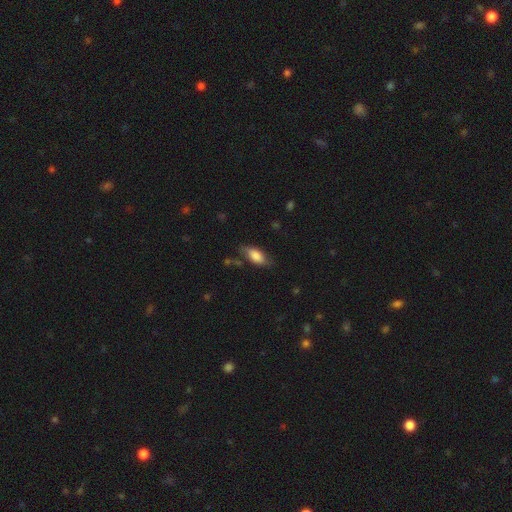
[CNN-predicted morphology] Smooth or featured?
  - smooth: 75% *
  - featured or disk: 18%
  - star or artifact: 7%
How rounded?
  - in between: 85% *
  - cigar-shaped: 11%
  - round: 3%
Merging?
  - none: 66% *
  - minor disturbance: 24%
  - major disturbance: 7%
  - merger: 3%